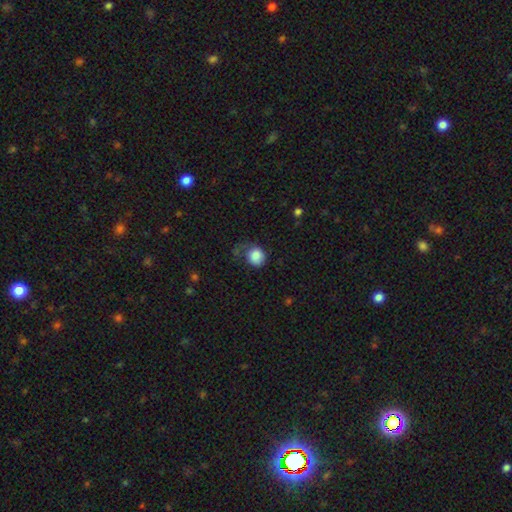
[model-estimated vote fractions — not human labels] smooth_or_featured: smooth (p=0.79) [alt: featured or disk p=0.13]
how_rounded: round (p=0.70) [alt: in between p=0.29]
merging: major disturbance (p=0.38) [alt: none p=0.33]